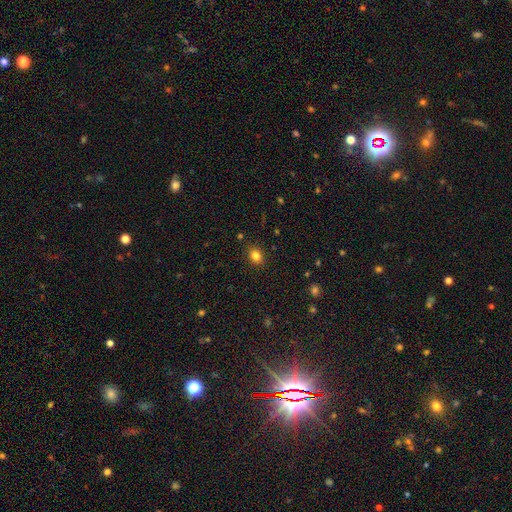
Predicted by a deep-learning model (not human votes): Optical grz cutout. It shows a smooth galaxy with no disk features (82%) that is in between round and cigar-shaped (50%). Merging: none (88%).